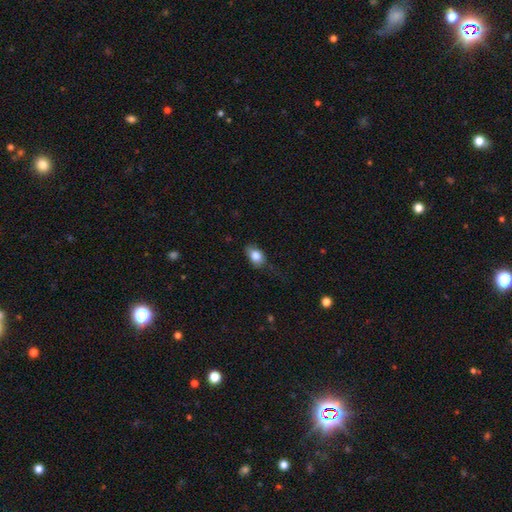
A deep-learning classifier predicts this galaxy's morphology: A smooth galaxy with no disk features (82%) that is in between round and cigar-shaped (78%).

Vote fractions:
- Smooth or featured? smooth: 82% / featured or disk: 10% / star or artifact: 8%
- How rounded? in between: 78% / round: 20% / cigar-shaped: 2%
- Merging? none: 64% / minor disturbance: 26% / major disturbance: 8% / merger: 1%